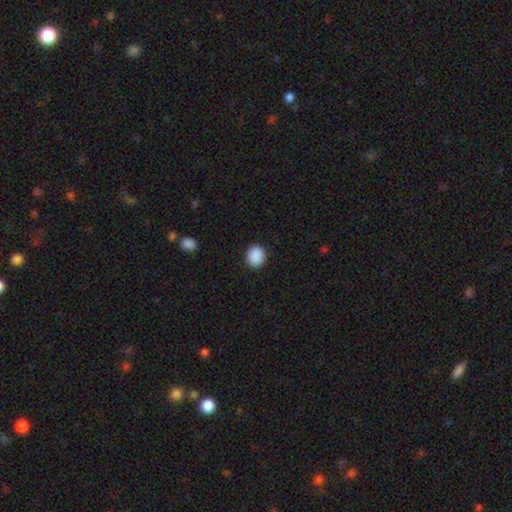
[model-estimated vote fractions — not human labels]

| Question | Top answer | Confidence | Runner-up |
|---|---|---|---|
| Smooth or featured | smooth | 90% | star or artifact (8%) |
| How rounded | round | 71% | in between (28%) |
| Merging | none | 90% | minor disturbance (7%) |